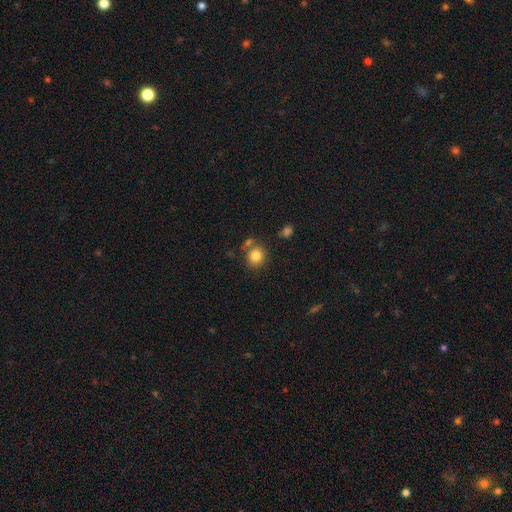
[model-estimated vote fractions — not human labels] Smooth or featured? smooth (82%)
How rounded? round (83%)
Merging? none (72%)